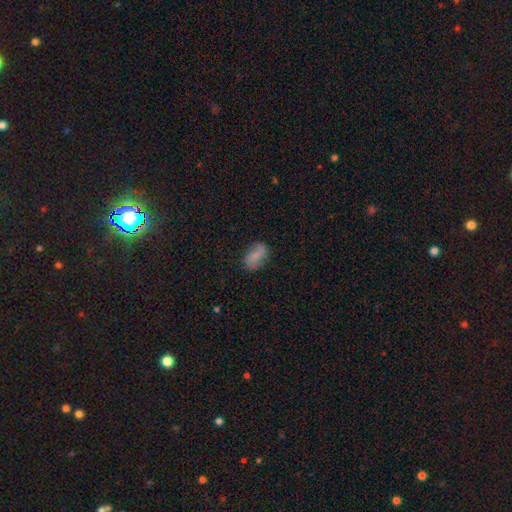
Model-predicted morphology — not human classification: This appears to be a smooth galaxy with no disk features (65%) that is in between round and cigar-shaped (87%). Merging: none (75%).